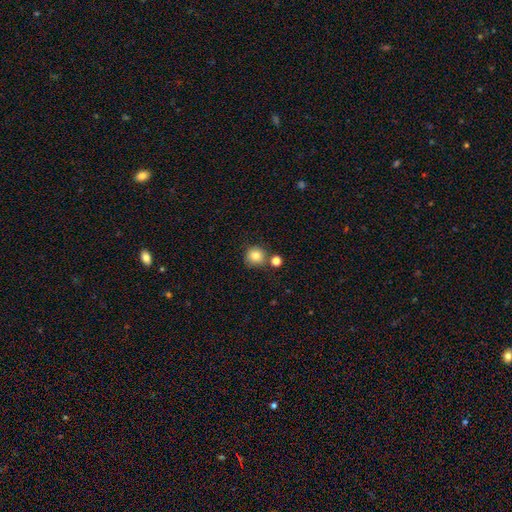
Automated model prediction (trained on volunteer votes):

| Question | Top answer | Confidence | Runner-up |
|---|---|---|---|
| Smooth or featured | smooth | 83% | star or artifact (11%) |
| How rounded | round | 92% | in between (7%) |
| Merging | none | 74% | merger (13%) |